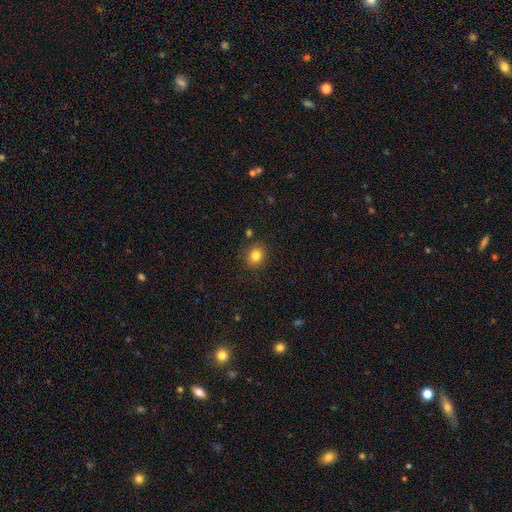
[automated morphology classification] Q: Smooth or featured?
A: smooth (82%); runner-up: star or artifact (11%)
Q: How rounded?
A: round (81%); runner-up: in between (18%)
Q: Merging?
A: none (87%); runner-up: minor disturbance (9%)